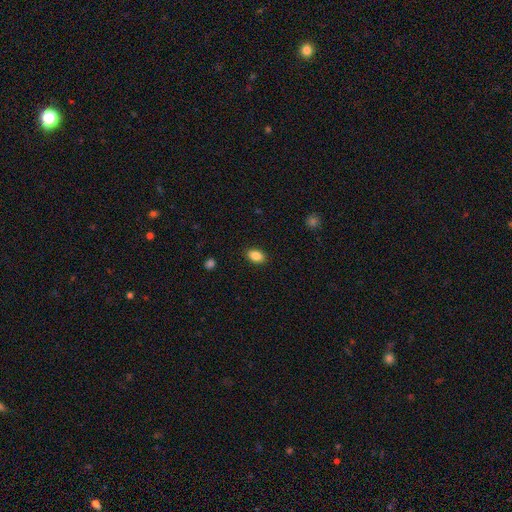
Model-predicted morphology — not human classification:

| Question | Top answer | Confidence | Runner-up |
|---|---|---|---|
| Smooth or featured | smooth | 87% | star or artifact (9%) |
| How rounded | in between | 84% | round (14%) |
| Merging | none | 89% | minor disturbance (8%) |